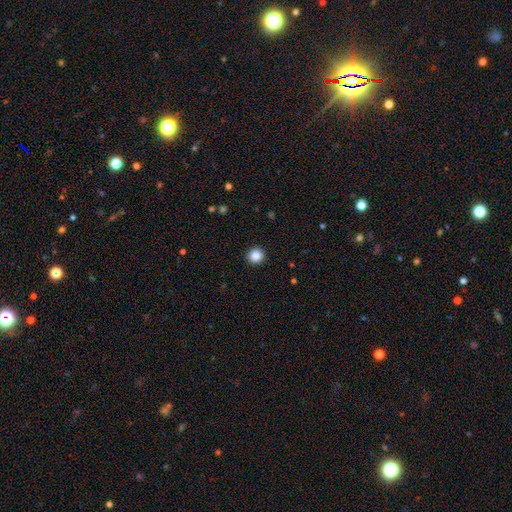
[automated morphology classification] This appears to be a smooth galaxy with no disk features (86%) that is round (95%). Merging: none (93%).